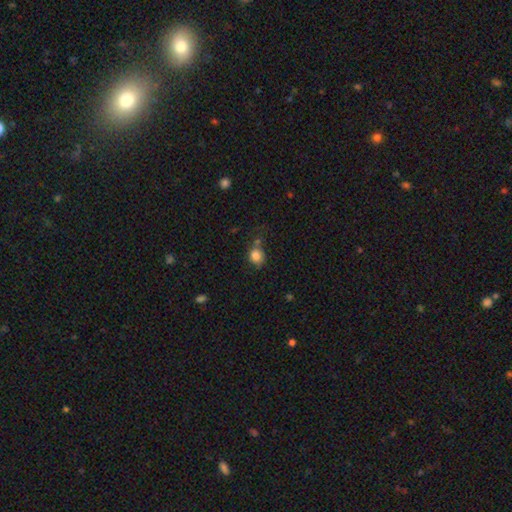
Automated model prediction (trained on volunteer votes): A smooth galaxy with no disk features (84%) that is round (68%).

Vote fractions:
- Smooth or featured? smooth: 84% / star or artifact: 10% / featured or disk: 6%
- How rounded? round: 68% / in between: 31% / cigar-shaped: 1%
- Merging? none: 56% / minor disturbance: 21% / merger: 15% / major disturbance: 8%